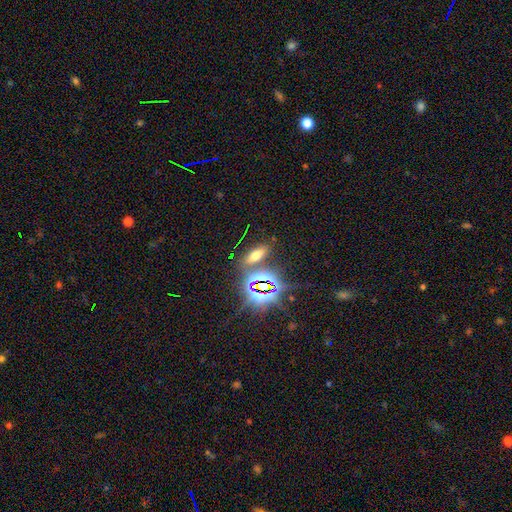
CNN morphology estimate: Q: Smooth or featured?
A: smooth (50%); runner-up: star or artifact (39%)
Q: Merging?
A: none (77%); runner-up: minor disturbance (9%)